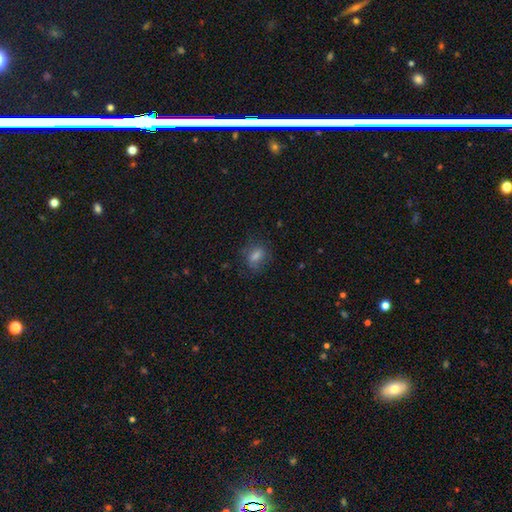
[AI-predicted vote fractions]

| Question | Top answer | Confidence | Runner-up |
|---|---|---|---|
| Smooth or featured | smooth | 67% | featured or disk (17%) |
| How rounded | in between | 61% | round (34%) |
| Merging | none | 71% | minor disturbance (18%) |